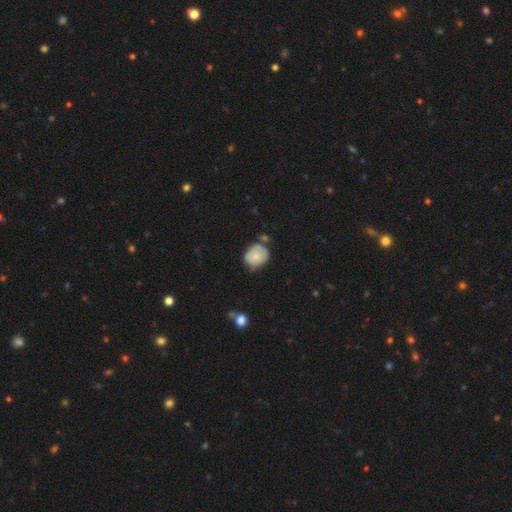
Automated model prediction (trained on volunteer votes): smooth-or-featured: smooth: 73% | featured or disk: 19% | star or artifact: 8%
  how-rounded: round: 62% | in between: 37% | cigar-shaped: 1%
  merging: none: 53% | minor disturbance: 28% | merger: 12% | major disturbance: 7%